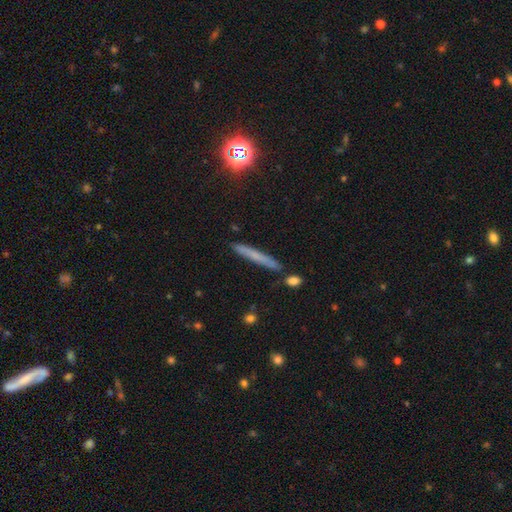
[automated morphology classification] A smooth galaxy with no disk features (57%) that is cigar-shaped (95%).

Vote fractions:
- Smooth or featured? smooth: 57% / featured or disk: 32% / star or artifact: 12%
- How rounded? cigar-shaped: 95% / in between: 3% / round: 2%
- Merging? none: 84% / minor disturbance: 10% / merger: 4% / major disturbance: 2%